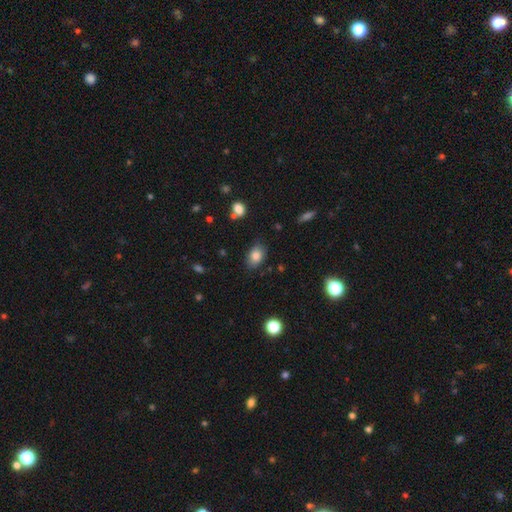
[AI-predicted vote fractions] Morphology: type=smooth (83%); roundness=in between (83%); merging=none (81%).